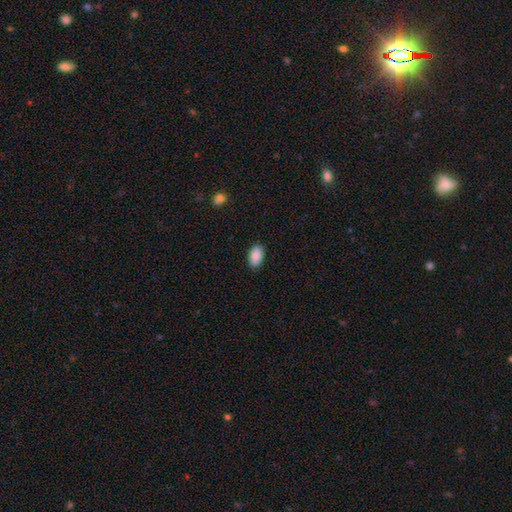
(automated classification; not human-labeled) Smooth or featured?
  - smooth: 88% *
  - star or artifact: 7%
  - featured or disk: 4%
How rounded?
  - in between: 92% *
  - round: 6%
  - cigar-shaped: 1%
Merging?
  - none: 88% *
  - minor disturbance: 9%
  - major disturbance: 2%
  - merger: 1%